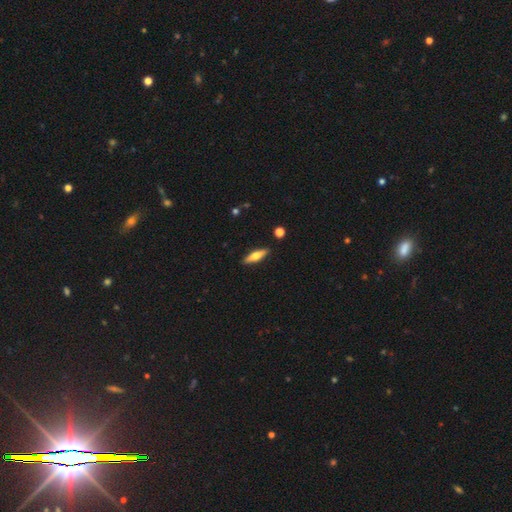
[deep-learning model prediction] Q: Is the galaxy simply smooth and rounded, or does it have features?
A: smooth — 51%.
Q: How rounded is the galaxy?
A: cigar-shaped — 64%.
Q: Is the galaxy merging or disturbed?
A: none — 90%.